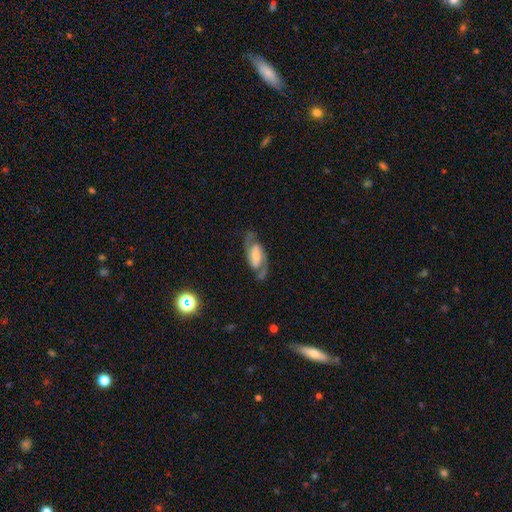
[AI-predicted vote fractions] Overall: featured or disk (81%). Edge-on disk: no (95%). Bar: weak (43%; strong 34%). Spiral arms: yes (95%). Spiral arm count: 2 (90%). Spiral winding: medium (53%; tight 24%). Bulge size: small (39%, tied with moderate). Merging: none (74%).